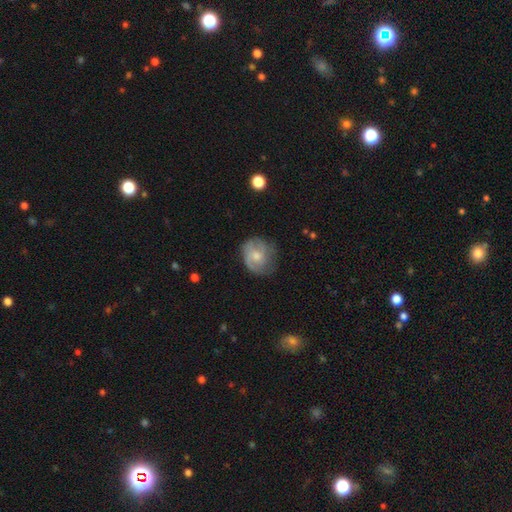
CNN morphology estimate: A featured or disk galaxy (48%). Merging: none (61%).